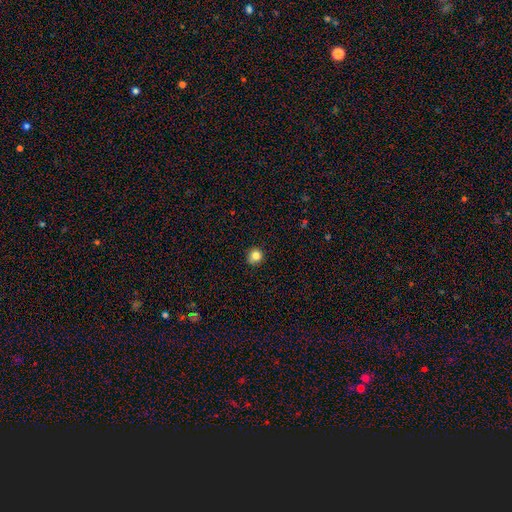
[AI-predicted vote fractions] smooth-or-featured: smooth: 83% | star or artifact: 12% | featured or disk: 6%
  how-rounded: round: 88% | in between: 11% | cigar-shaped: 1%
  merging: none: 83% | minor disturbance: 14% | major disturbance: 2% | merger: 1%